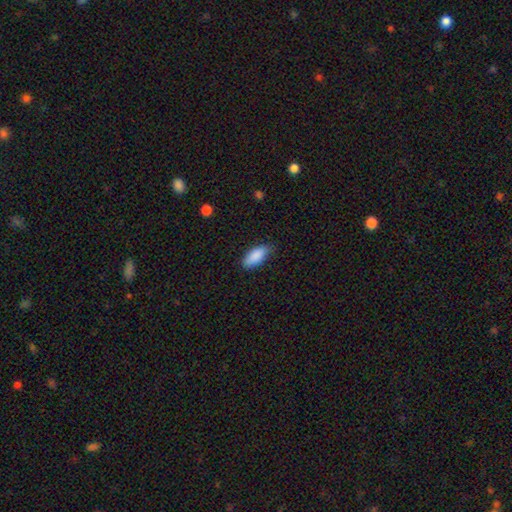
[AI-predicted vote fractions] Q: Smooth or featured?
A: smooth (89%); runner-up: star or artifact (6%)
Q: How rounded?
A: in between (85%); runner-up: cigar-shaped (13%)
Q: Merging?
A: none (80%); runner-up: minor disturbance (17%)